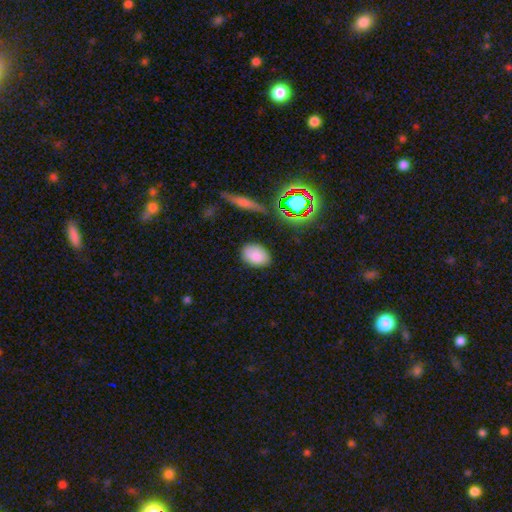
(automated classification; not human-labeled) smooth-or-featured: smooth: 81% | star or artifact: 12% | featured or disk: 8%
  how-rounded: in between: 80% | round: 18% | cigar-shaped: 1%
  merging: none: 82% | minor disturbance: 13% | major disturbance: 3% | merger: 2%